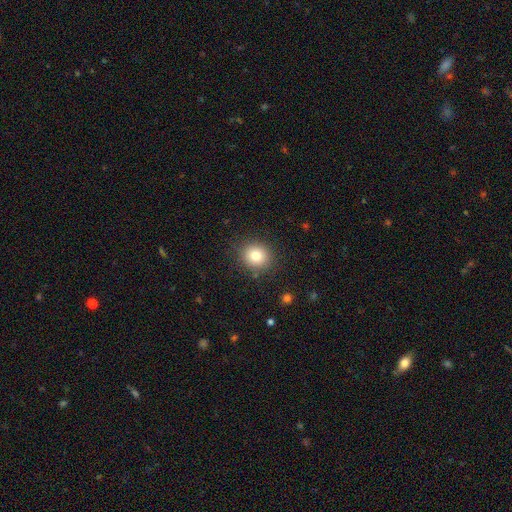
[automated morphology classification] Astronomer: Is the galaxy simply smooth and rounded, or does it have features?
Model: smooth — 81%.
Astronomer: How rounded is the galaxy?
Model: round — 80%.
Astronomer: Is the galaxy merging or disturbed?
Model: none — 87%.